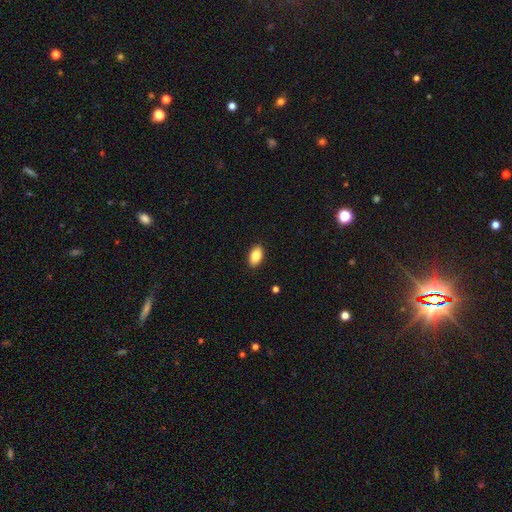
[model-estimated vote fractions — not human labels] Smooth or featured? smooth (86%)
How rounded? in between (92%)
Merging? none (90%)